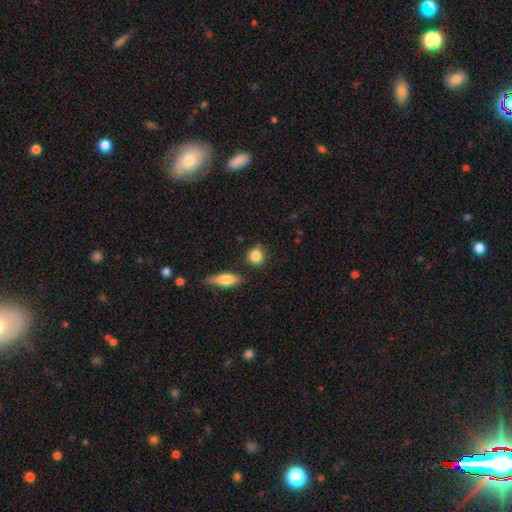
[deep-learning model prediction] Smooth or featured: smooth — 86% (star or artifact — 8%)
How rounded: round — 81% (in between — 16%)
Merging: none — 78% (minor disturbance — 12%)